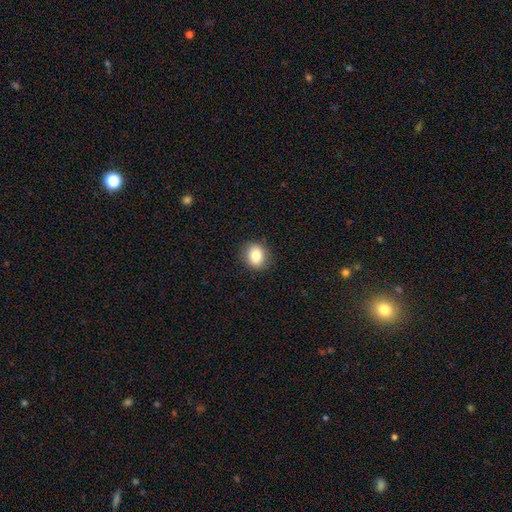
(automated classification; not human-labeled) smooth_or_featured: smooth (p=0.84) [alt: star or artifact p=0.09]
how_rounded: round (p=0.64) [alt: in between p=0.35]
merging: none (p=0.88) [alt: minor disturbance p=0.09]